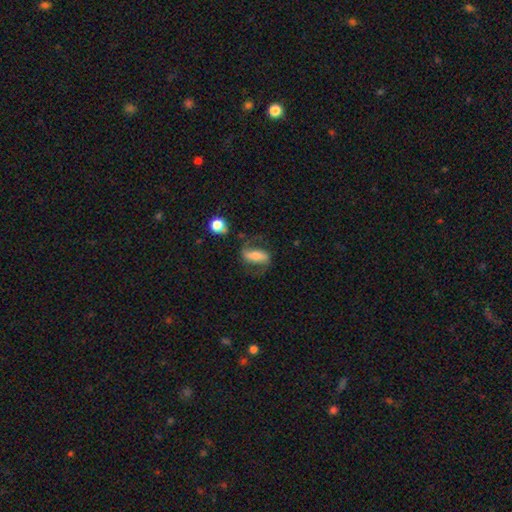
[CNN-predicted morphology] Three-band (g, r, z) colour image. It shows a featured or disk galaxy (64%) with a strong bar (53%), 2 (89%) loose (55%) spiral arms (89%) and a moderate central bulge (40%). Merging: none (63%).